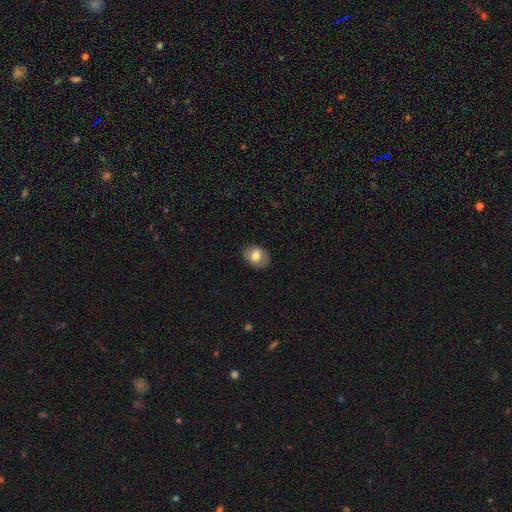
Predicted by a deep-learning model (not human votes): Smooth or featured? smooth (76%)
How rounded? in between (68%)
Merging? none (83%)